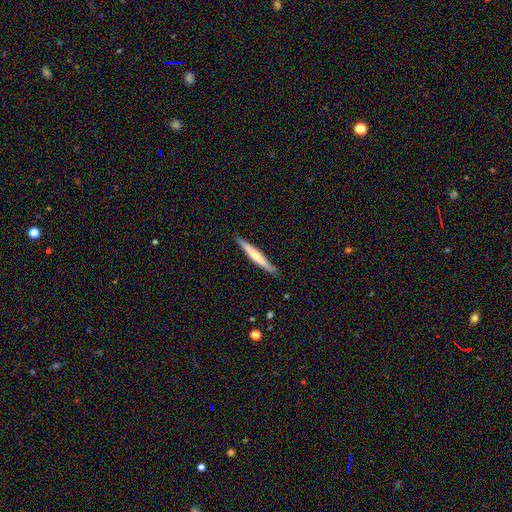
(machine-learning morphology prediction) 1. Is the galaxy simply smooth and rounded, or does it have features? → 50% smooth, 44% featured or disk, 5% star or artifact.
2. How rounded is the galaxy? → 96% cigar-shaped, 3% in between, 1% round.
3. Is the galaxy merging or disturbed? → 89% none, 9% minor disturbance, 1% major disturbance, 1% merger.